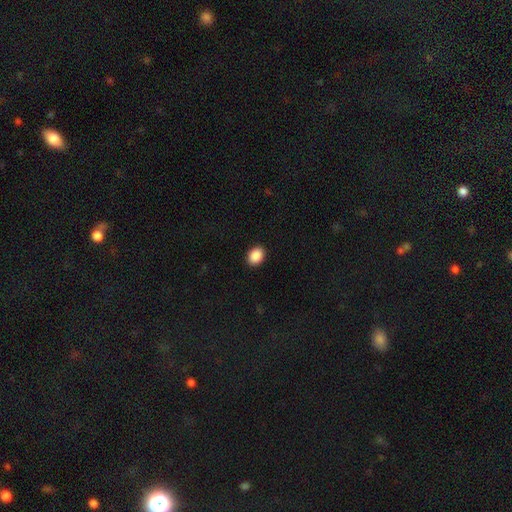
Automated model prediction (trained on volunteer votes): Smooth or featured: smooth — 89% (star or artifact — 8%)
How rounded: in between — 58% (round — 41%)
Merging: none — 91% (minor disturbance — 6%)